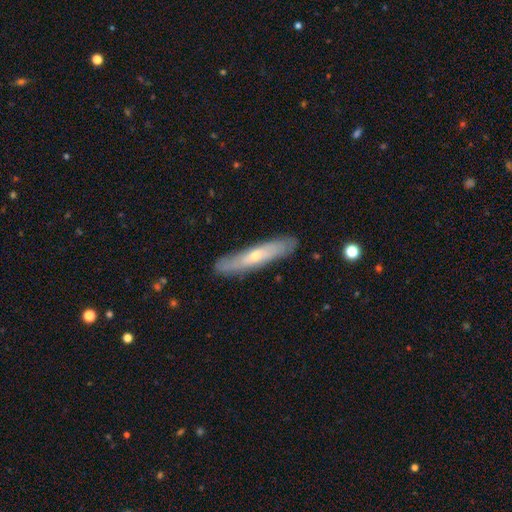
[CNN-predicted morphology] This is possibly a featured or disk galaxy (53%). It is likely viewed edge-on (62%). Merging: clearly none (84%).